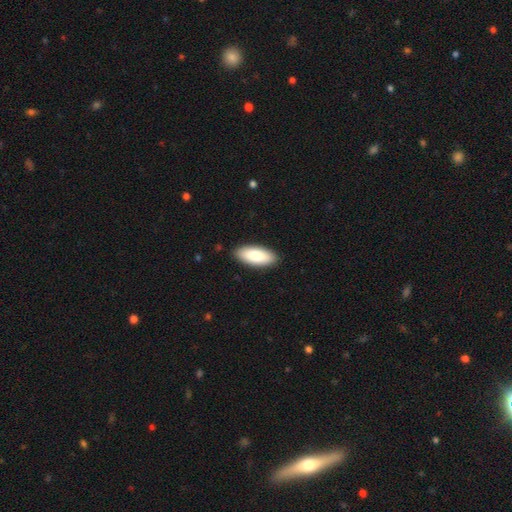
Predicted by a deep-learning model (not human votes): This is clearly a smooth galaxy (84%). How rounded: clearly in between (84%). Merging: clearly none (89%).